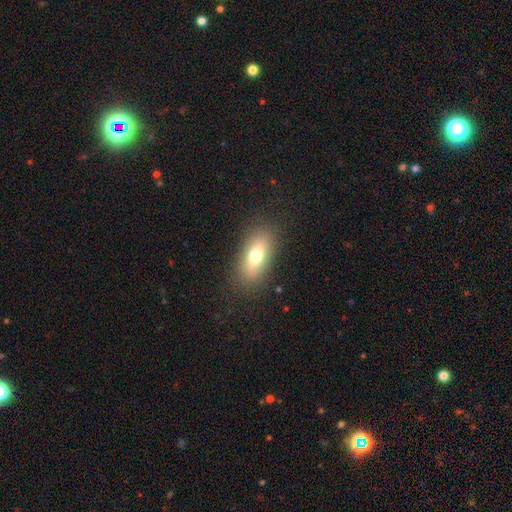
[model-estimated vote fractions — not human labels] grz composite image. It shows a smooth galaxy with no disk features (72%) that is in between round and cigar-shaped (81%). Merging: none (85%).